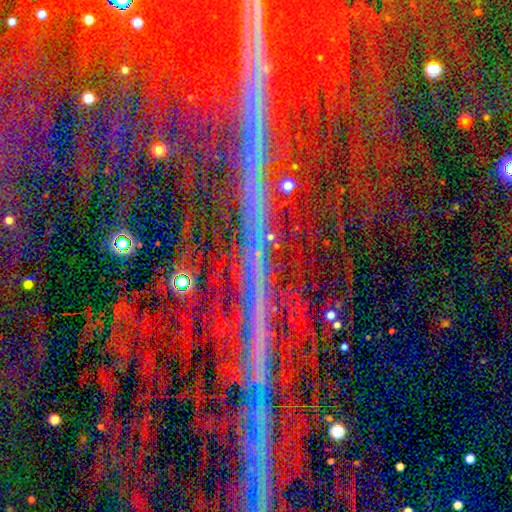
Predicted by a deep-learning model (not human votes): Morphology: type=star or artifact (87%).